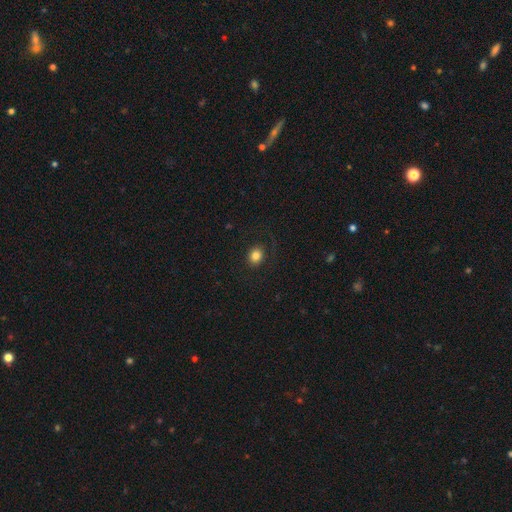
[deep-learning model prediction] Smooth or featured? smooth (82%)
How rounded? round (67%)
Merging? none (85%)